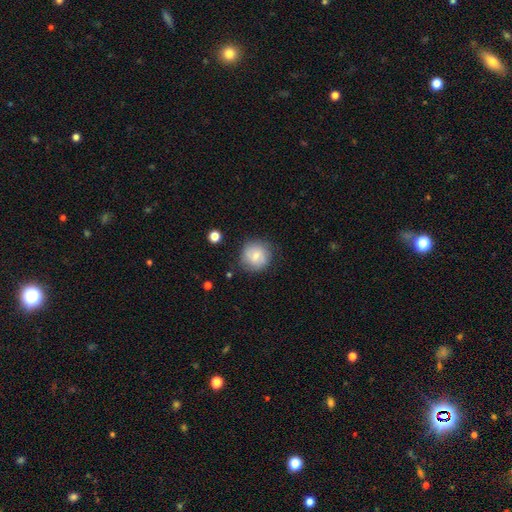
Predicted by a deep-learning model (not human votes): Q: Smooth or featured?
A: smooth (71%); runner-up: featured or disk (21%)
Q: How rounded?
A: round (92%); runner-up: in between (7%)
Q: Merging?
A: none (79%); runner-up: minor disturbance (15%)